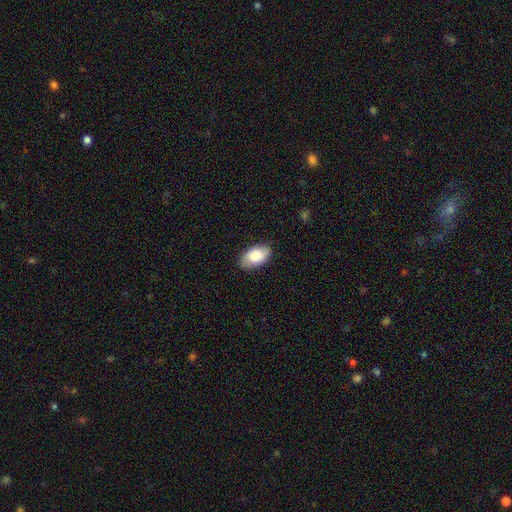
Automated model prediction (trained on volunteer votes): The model was most divided on "merging": none: 82%, minor disturbance: 14%, major disturbance: 3%, merger: 1%. More confident: how rounded — in between (95%); smooth or featured — smooth (82%).